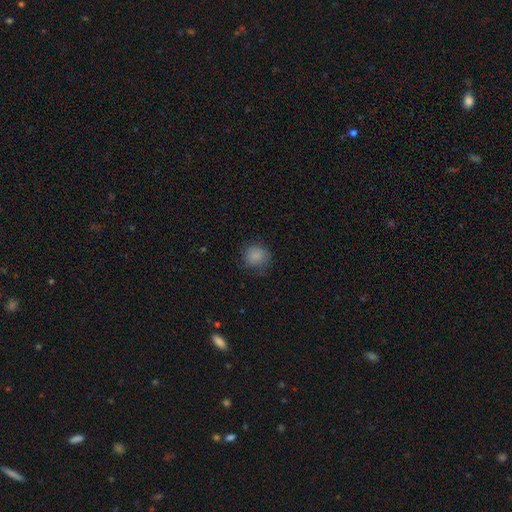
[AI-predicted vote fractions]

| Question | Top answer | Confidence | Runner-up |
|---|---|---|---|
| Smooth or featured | smooth | 84% | star or artifact (9%) |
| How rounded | round | 85% | in between (14%) |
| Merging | none | 74% | minor disturbance (19%) |